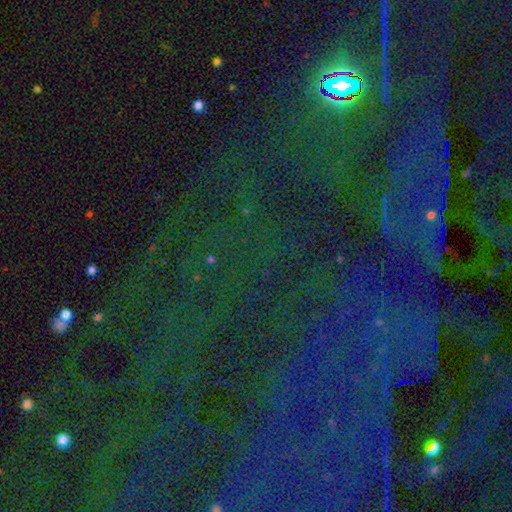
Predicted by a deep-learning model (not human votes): Q: Smooth or featured?
A: star or artifact (83%); runner-up: smooth (9%)